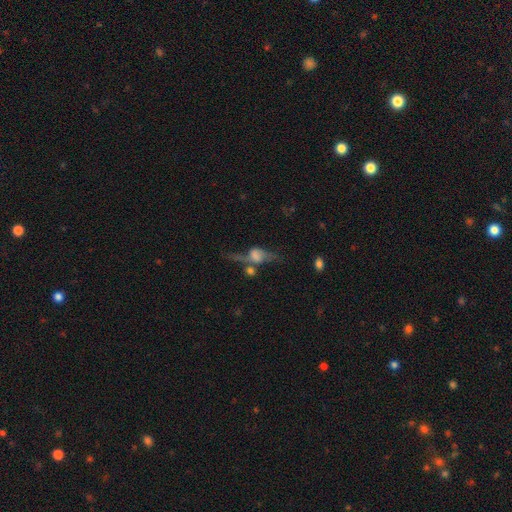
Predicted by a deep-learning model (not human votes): smooth-or-featured: featured or disk: 56% | smooth: 32% | star or artifact: 12%
  disk-edge-on: no: 53% | yes: 47%
  merging: none: 33% | major disturbance: 26% | merger: 24% | minor disturbance: 17%